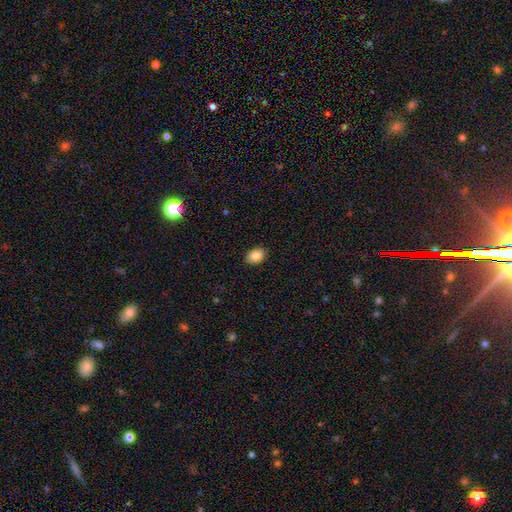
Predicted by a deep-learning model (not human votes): This appears to be a smooth galaxy with no disk features (87%) that is in between round and cigar-shaped (81%). Merging: none (89%).